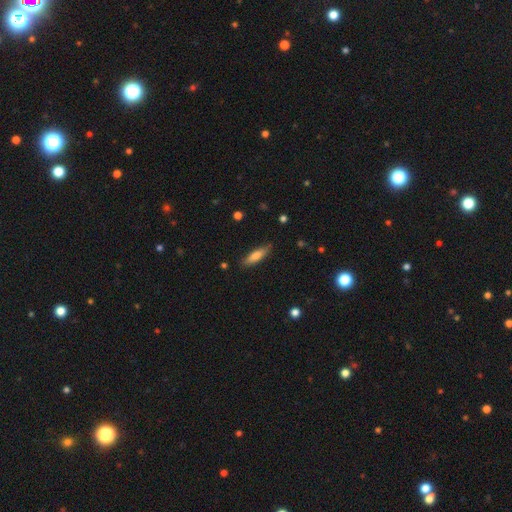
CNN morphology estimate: smooth_or_featured: smooth (p=0.73) [alt: featured or disk p=0.21]
how_rounded: cigar-shaped (p=0.65) [alt: in between p=0.33]
merging: none (p=0.83) [alt: minor disturbance p=0.13]